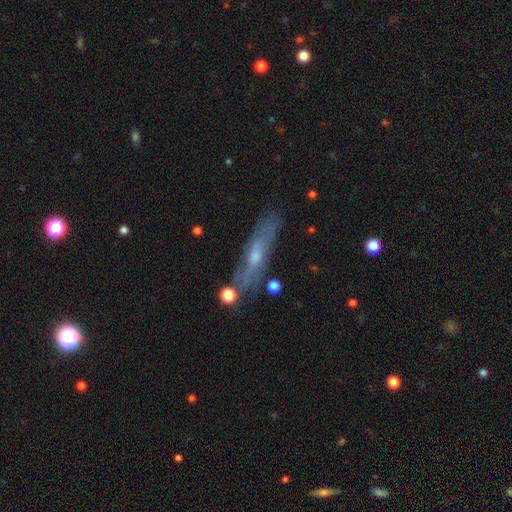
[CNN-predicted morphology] smooth_or_featured: featured or disk (p=0.55) [alt: smooth p=0.36]
disk_edge_on: yes (p=0.60) [alt: no p=0.40]
merging: none (p=0.69) [alt: minor disturbance p=0.19]